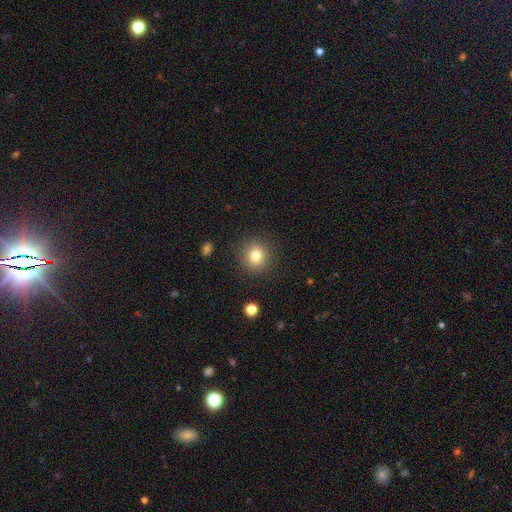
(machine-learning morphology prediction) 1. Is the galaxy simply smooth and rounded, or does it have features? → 80% smooth, 12% star or artifact, 8% featured or disk.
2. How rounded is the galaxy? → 87% round, 12% in between, 1% cigar-shaped.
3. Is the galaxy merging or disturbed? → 88% none, 7% minor disturbance, 3% major disturbance, 1% merger.